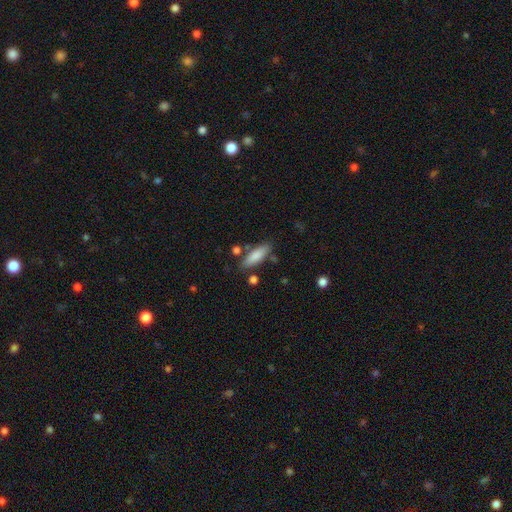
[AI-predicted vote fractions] Smooth or featured? smooth (82%)
How rounded? in between (53%)
Merging? none (77%)